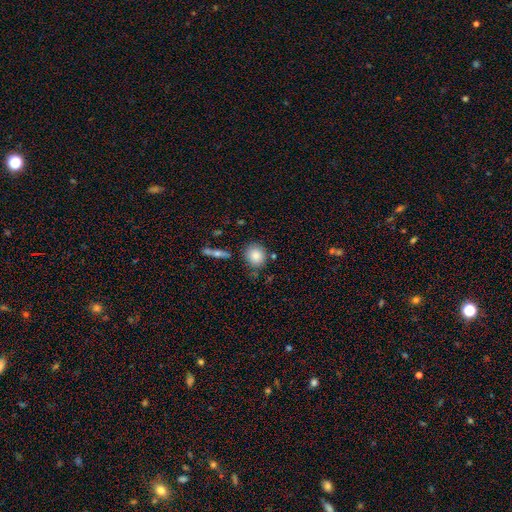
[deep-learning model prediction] The model was most divided on "how rounded": round: 77%, in between: 22%, cigar-shaped: 1%. More confident: smooth or featured — smooth (85%); merging — none (75%).